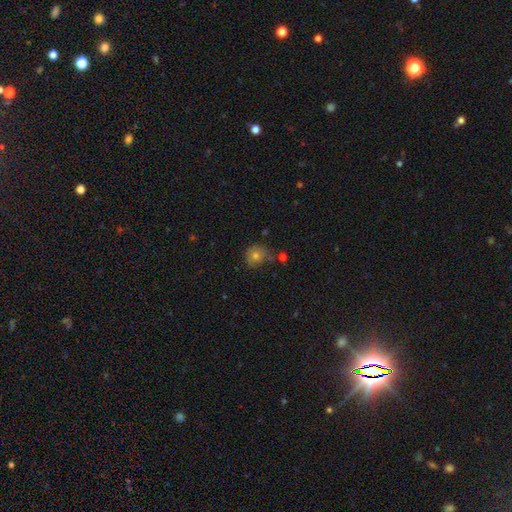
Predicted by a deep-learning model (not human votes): The model was most divided on "merging": none: 66%, minor disturbance: 20%, merger: 8%, major disturbance: 6%. More confident: how rounded — round (84%); smooth or featured — smooth (69%).